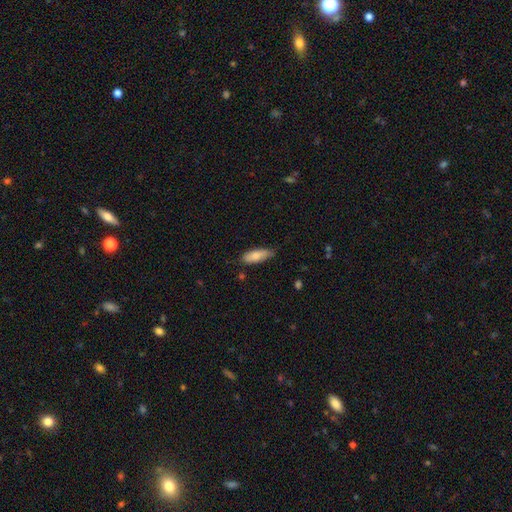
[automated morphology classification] Smooth or featured? smooth (80%)
How rounded? in between (66%)
Merging? none (70%)